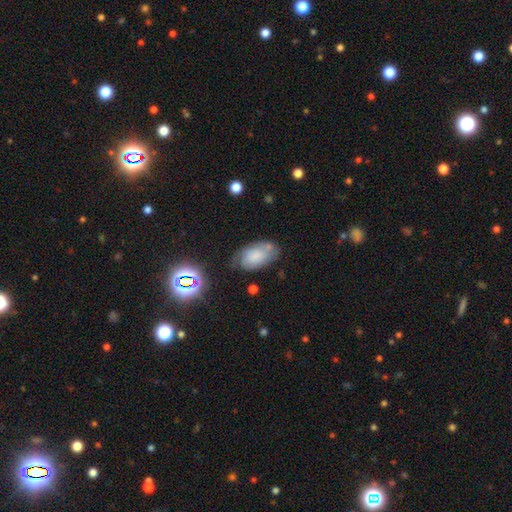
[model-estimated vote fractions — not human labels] Q: Smooth or featured?
A: smooth (61%); runner-up: featured or disk (27%)
Q: How rounded?
A: in between (92%); runner-up: round (6%)
Q: Merging?
A: none (62%); runner-up: minor disturbance (24%)